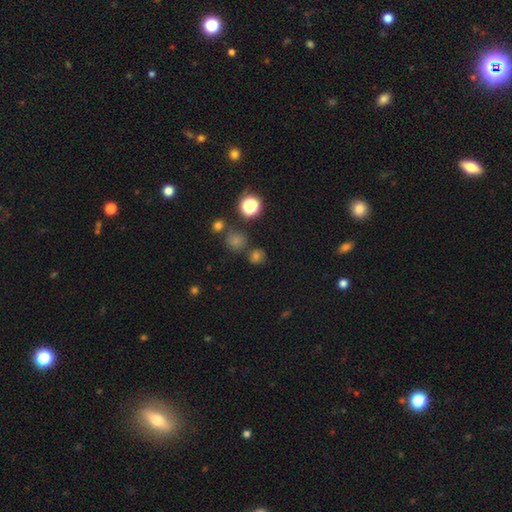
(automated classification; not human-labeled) Smooth or featured? smooth (61%)
How rounded? round (85%)
Merging? none (73%)